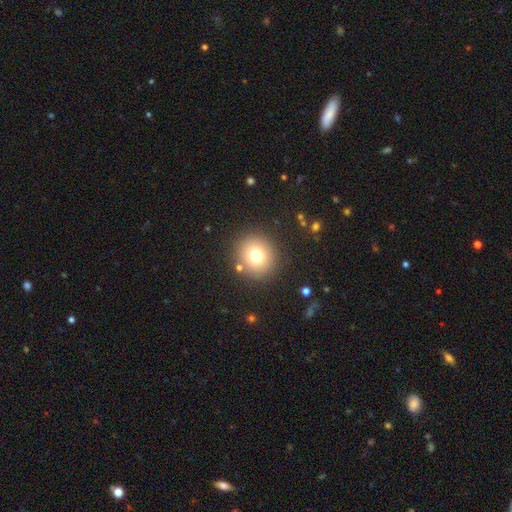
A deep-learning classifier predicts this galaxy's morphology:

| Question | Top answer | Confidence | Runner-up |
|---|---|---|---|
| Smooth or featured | smooth | 77% | star or artifact (13%) |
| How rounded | round | 89% | in between (10%) |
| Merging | none | 87% | minor disturbance (7%) |